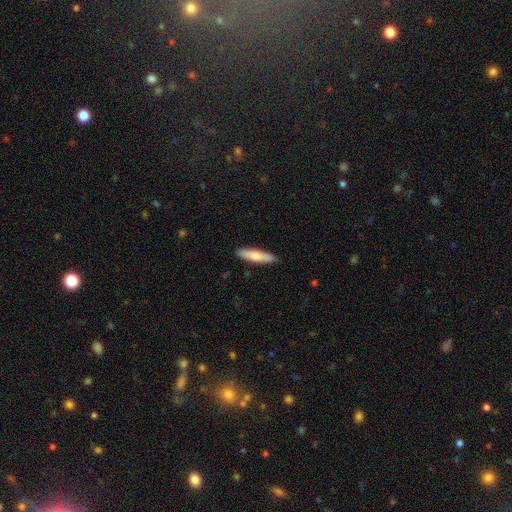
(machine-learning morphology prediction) type=smooth (72%); roundness=cigar-shaped (78%); merging=none (90%).